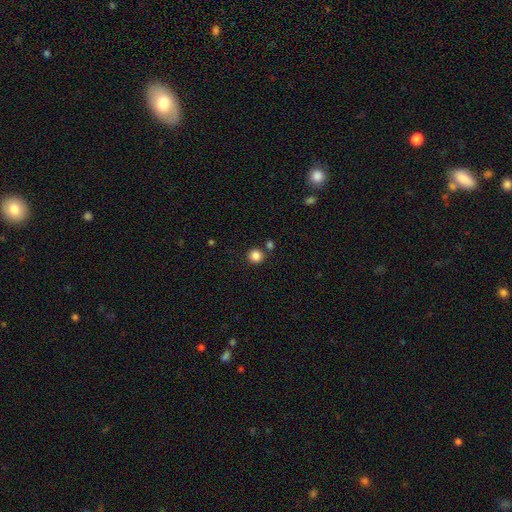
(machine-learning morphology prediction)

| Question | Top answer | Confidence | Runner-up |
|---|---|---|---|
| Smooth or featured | smooth | 85% | star or artifact (12%) |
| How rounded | round | 92% | in between (7%) |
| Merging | none | 81% | merger (9%) |